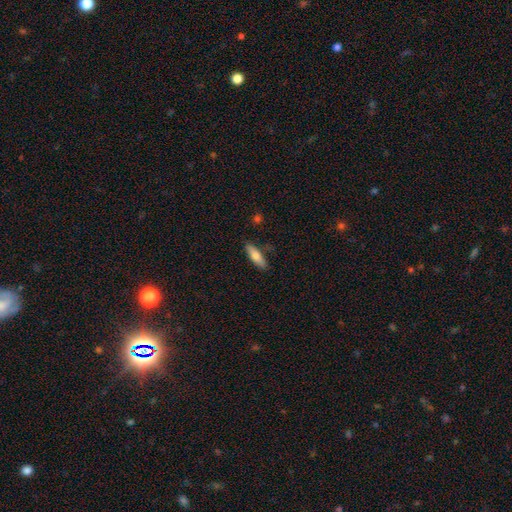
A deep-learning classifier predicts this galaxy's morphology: A smooth galaxy with no disk features (74%) that is cigar-shaped (57%). Merging: none (83%).